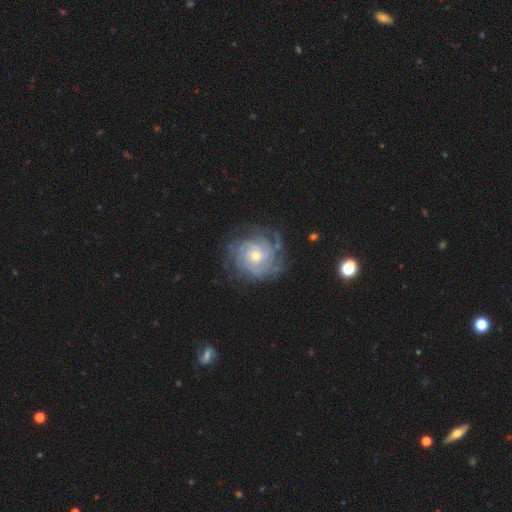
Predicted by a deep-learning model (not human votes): smooth_or_featured: featured or disk (p=0.87) [alt: smooth p=0.07]
disk_edge_on: no (p=0.98) [alt: yes p=0.02]
bar: no (p=0.73) [alt: weak p=0.22]
has_spiral_arms: yes (p=0.97) [alt: no p=0.03]
spiral_winding: tight (p=0.76) [alt: medium p=0.20]
spiral_arm_count: can't tell (p=0.32) [alt: 4 p=0.22]
bulge_size: moderate (p=0.49) [alt: small p=0.47]
merging: none (p=0.77) [alt: minor disturbance p=0.15]